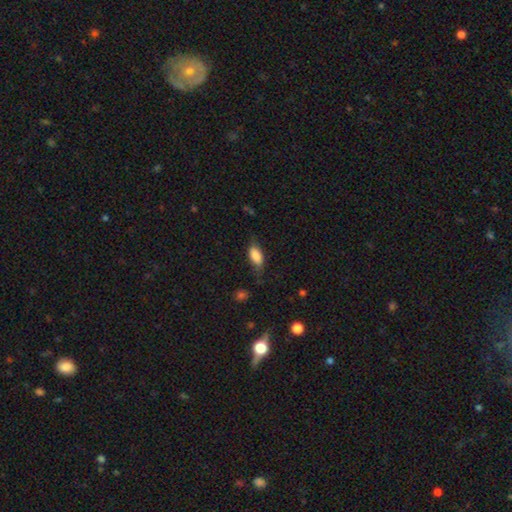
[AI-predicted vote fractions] The model was most divided on "merging": none: 60%, minor disturbance: 28%, major disturbance: 10%, merger: 2%. More confident: how rounded — in between (87%); smooth or featured — smooth (82%).